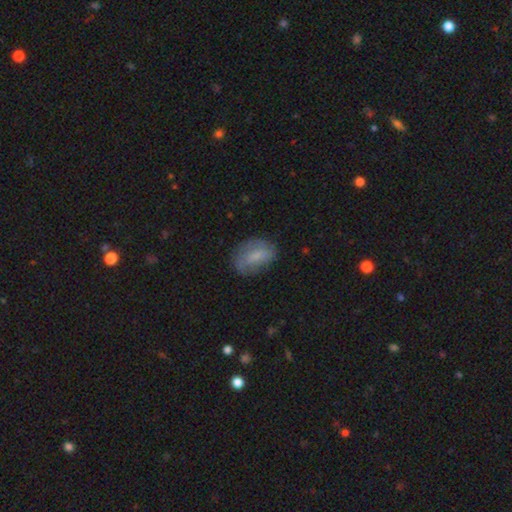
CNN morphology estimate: Smooth or featured: smooth — 68% (featured or disk — 24%)
How rounded: in between — 85% (round — 12%)
Merging: none — 64% (minor disturbance — 26%)